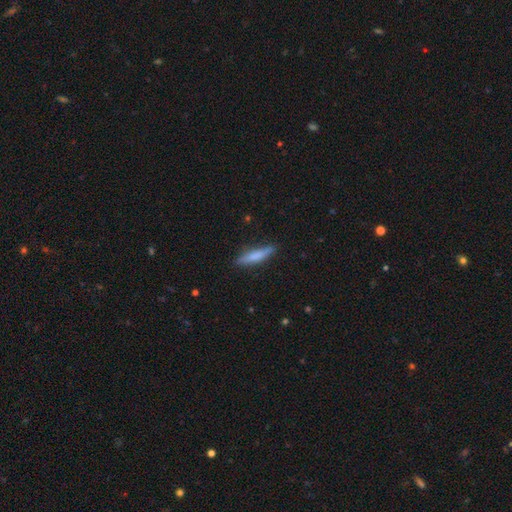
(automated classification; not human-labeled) A smooth galaxy with no disk features (66%) that is cigar-shaped (83%). Merging: none (83%).